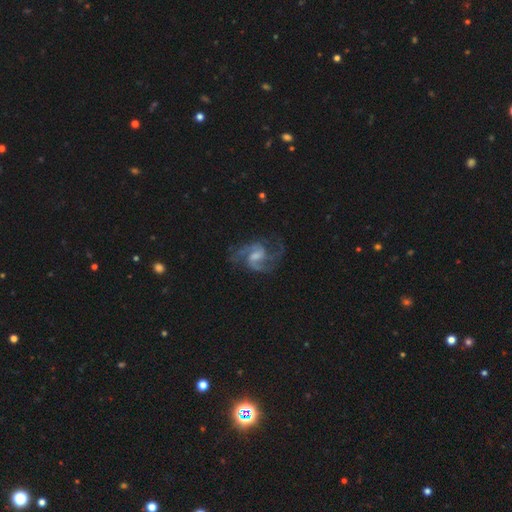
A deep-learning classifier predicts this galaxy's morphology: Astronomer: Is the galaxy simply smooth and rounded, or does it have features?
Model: featured or disk — 89%.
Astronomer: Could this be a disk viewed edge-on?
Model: no — 98%.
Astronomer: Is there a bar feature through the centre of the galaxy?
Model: weak — 56%.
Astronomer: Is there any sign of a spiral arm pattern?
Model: yes — 97%.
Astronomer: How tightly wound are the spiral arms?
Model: medium — 57%.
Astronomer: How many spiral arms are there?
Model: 2 — 62%.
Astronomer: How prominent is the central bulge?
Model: moderate — 40% (runner-up: small, 32%).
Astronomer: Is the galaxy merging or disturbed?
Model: none — 65%.